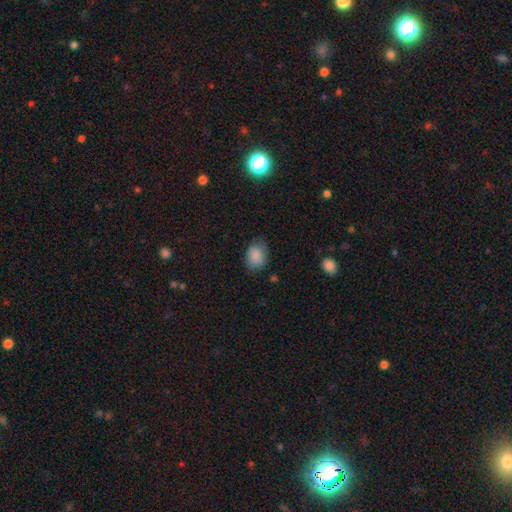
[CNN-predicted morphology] Smooth or featured? Predicted: smooth (p=0.87). How rounded? Predicted: in between (p=0.65). Merging? Predicted: none (p=0.72).